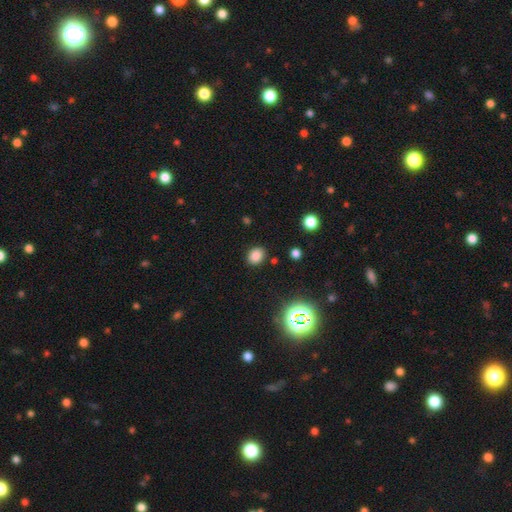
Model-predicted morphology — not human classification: type=smooth (80%); roundness=in between (51%); merging=none (86%).